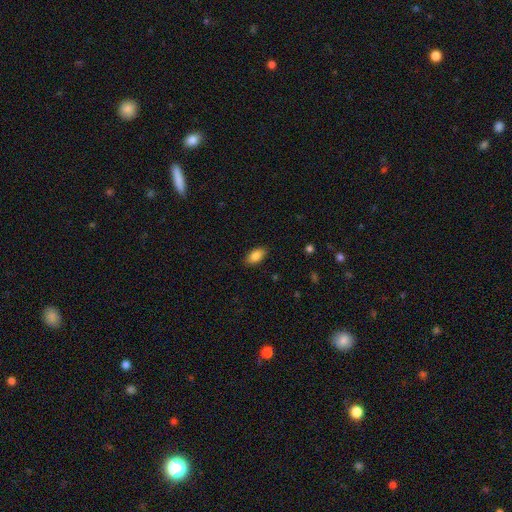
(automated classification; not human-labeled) Morphology: type=smooth (87%); roundness=in between (91%); merging=none (87%).